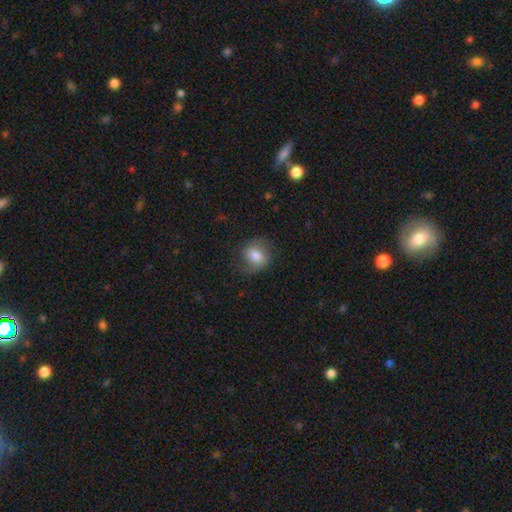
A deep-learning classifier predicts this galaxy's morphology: smooth_or_featured: smooth (p=0.71) [alt: featured or disk p=0.21]
how_rounded: round (p=0.63) [alt: in between p=0.36]
merging: none (p=0.69) [alt: minor disturbance p=0.21]